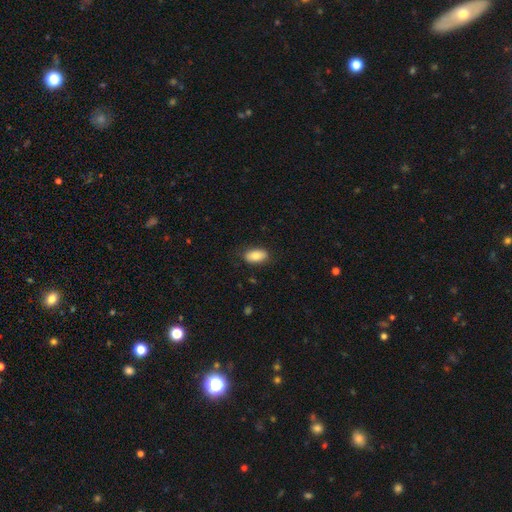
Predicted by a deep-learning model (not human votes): smooth-or-featured: smooth: 83% | featured or disk: 10% | star or artifact: 7%
  how-rounded: in between: 92% | round: 5% | cigar-shaped: 3%
  merging: none: 84% | minor disturbance: 12% | major disturbance: 3% | merger: 1%